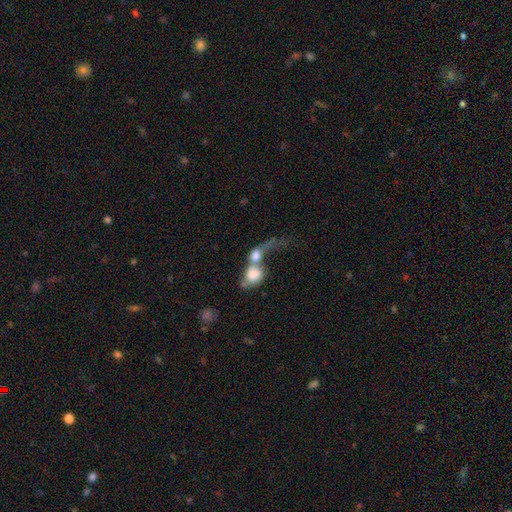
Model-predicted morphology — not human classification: Smooth or featured?
  - smooth: 65% *
  - featured or disk: 26%
  - star or artifact: 10%
How rounded?
  - in between: 48% * (tied)
  - round: 48% * (tied)
  - cigar-shaped: 4%
Merging?
  - merger: 73% *
  - major disturbance: 14%
  - none: 9%
  - minor disturbance: 5%